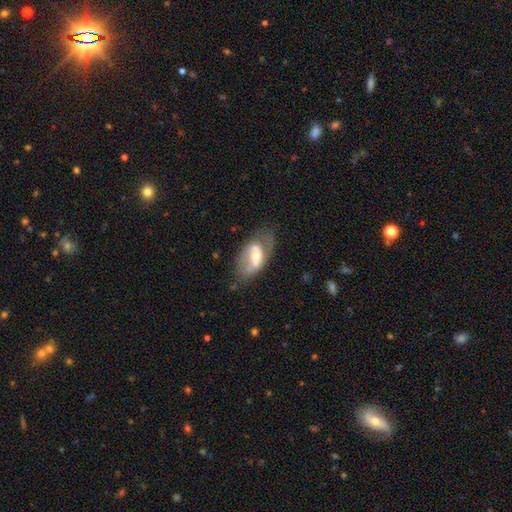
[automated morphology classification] smooth_or_featured: featured or disk (p=0.66) [alt: smooth p=0.28]
disk_edge_on: no (p=0.92) [alt: yes p=0.08]
bar: weak (p=0.39) [alt: strong p=0.33]
has_spiral_arms: yes (p=0.58) [alt: no p=0.42]
bulge_size: moderate (p=0.65) [alt: small p=0.22]
merging: none (p=0.58) [alt: minor disturbance p=0.23]